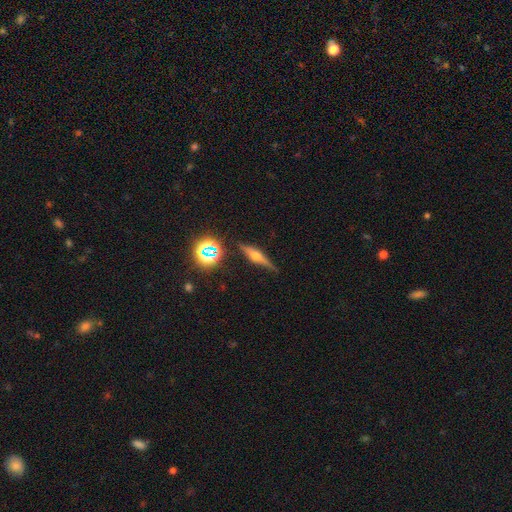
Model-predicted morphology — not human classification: type=featured or disk (65%); edge-on=yes (95%); edge-on bulge=rounded (91%); merging=none (84%).